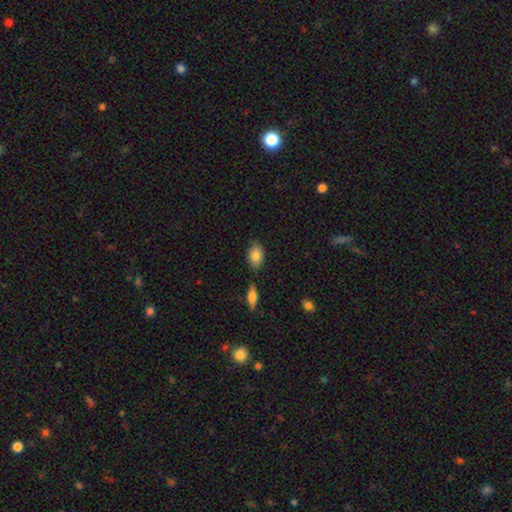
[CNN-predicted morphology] Smooth or featured? smooth (85%)
How rounded? in between (86%)
Merging? none (74%)